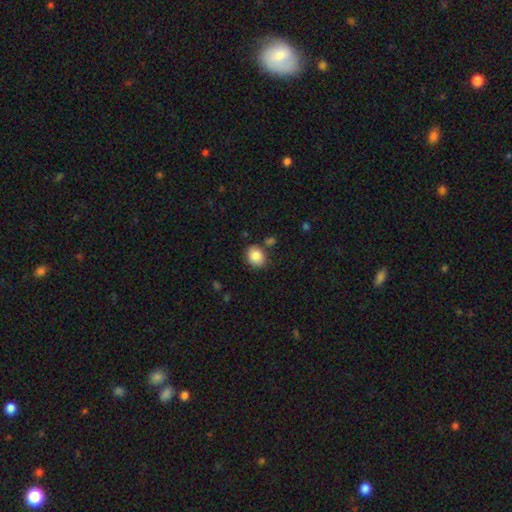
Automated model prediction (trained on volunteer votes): A smooth galaxy with no disk features (87%) that is round (57%). Merging: none (77%).